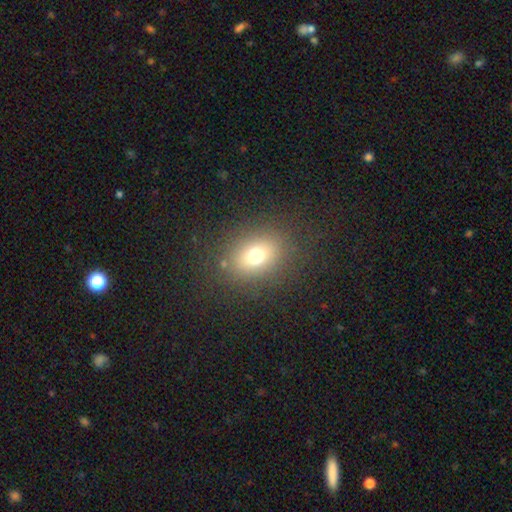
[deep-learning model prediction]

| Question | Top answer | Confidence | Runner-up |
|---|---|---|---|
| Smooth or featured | smooth | 70% | star or artifact (17%) |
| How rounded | in between | 52% | round (46%) |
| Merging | none | 83% | minor disturbance (9%) |